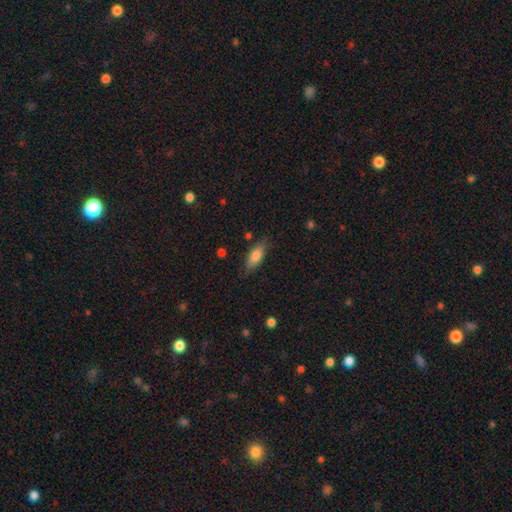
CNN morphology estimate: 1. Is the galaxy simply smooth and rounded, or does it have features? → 80% smooth, 14% featured or disk, 6% star or artifact.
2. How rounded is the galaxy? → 71% in between, 27% cigar-shaped, 2% round.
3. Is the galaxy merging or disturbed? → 79% none, 16% minor disturbance, 4% major disturbance, 2% merger.